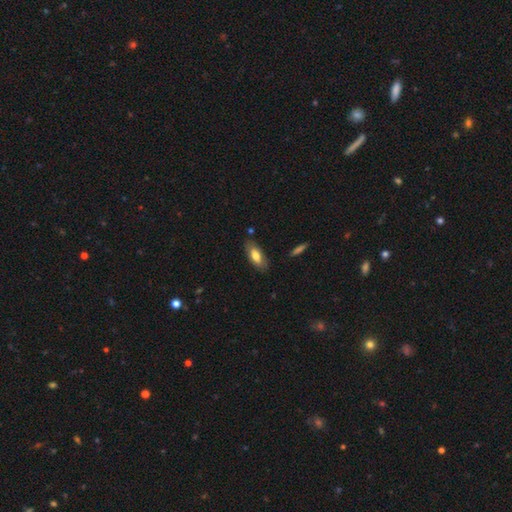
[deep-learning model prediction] A smooth galaxy with no disk features (72%) that is in between round and cigar-shaped (82%).

Vote fractions:
- Smooth or featured? smooth: 72% / featured or disk: 22% / star or artifact: 6%
- How rounded? in between: 82% / cigar-shaped: 16% / round: 2%
- Merging? none: 79% / minor disturbance: 15% / major disturbance: 3% / merger: 2%